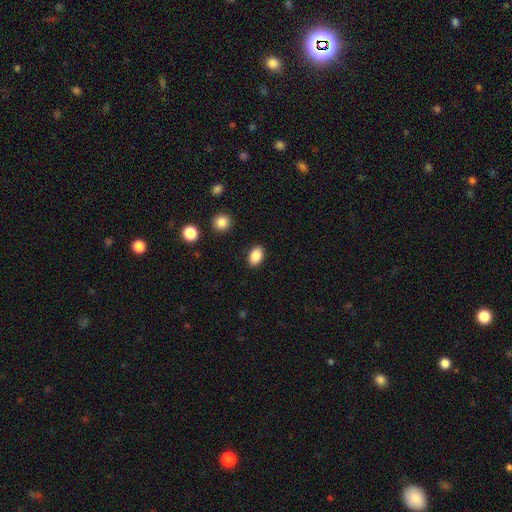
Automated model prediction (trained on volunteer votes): This appears to be a smooth galaxy with no disk features (87%) that is in between round and cigar-shaped (85%). Merging: none (89%).